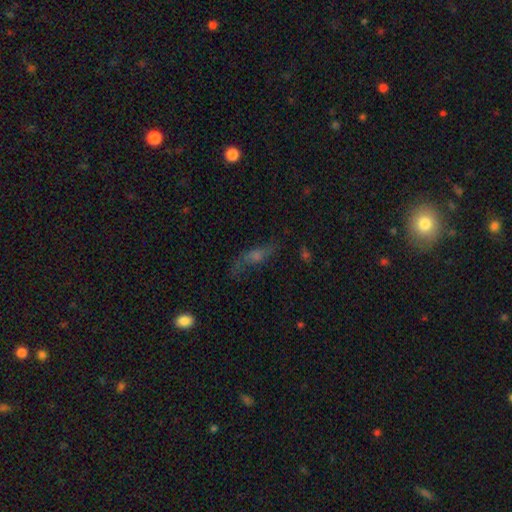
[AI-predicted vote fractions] smooth_or_featured: featured or disk (p=0.45) [alt: smooth p=0.35]
merging: none (p=0.62) [alt: minor disturbance p=0.20]